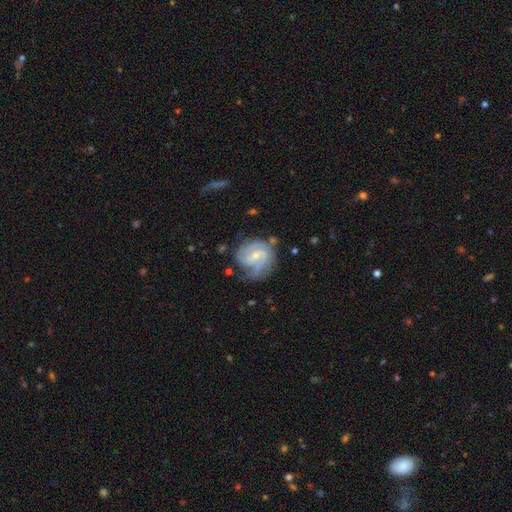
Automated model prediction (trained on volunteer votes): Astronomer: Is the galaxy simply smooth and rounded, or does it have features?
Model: featured or disk — 78%.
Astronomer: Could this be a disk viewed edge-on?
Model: no — 98%.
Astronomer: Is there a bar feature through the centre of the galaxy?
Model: weak — 53% (runner-up: no, 31%).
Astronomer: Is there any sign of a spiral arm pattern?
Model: yes — 92%.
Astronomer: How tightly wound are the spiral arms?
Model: tight — 46% (runner-up: medium, 38%).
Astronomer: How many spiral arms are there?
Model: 2 — 42% (runner-up: can't tell, 26%).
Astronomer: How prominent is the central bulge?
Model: small — 56% (runner-up: moderate, 36%).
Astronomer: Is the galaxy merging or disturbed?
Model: none — 58%.